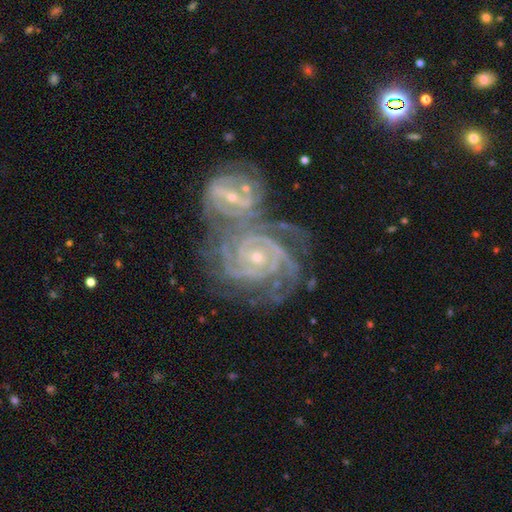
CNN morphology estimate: The model was most divided on "spiral arm count": 3: 25%, 2: 21%, 4: 20%, can't tell: 17%, more than 4: 10%, 1: 7%. Remaining: spiral arms — yes (98%); edge-on disk — no (97%); smooth or featured — featured or disk (92%); spiral winding — tight (78%); bulge size — small (68%); merging — merger (60%); bar — no (49%).